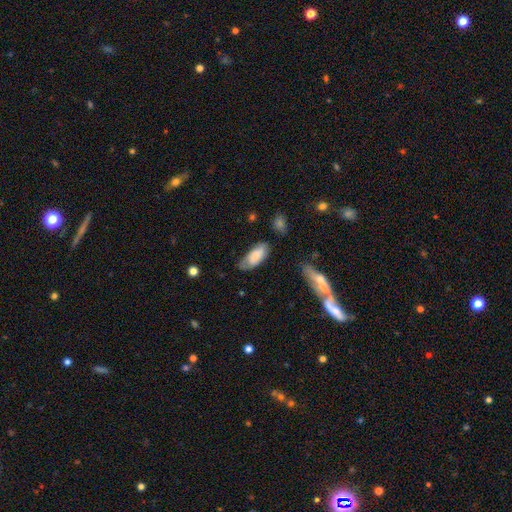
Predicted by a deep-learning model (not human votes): Smooth or featured?
  - smooth: 78% *
  - featured or disk: 16%
  - star or artifact: 6%
How rounded?
  - in between: 86% *
  - cigar-shaped: 12%
  - round: 2%
Merging?
  - none: 61% *
  - minor disturbance: 29%
  - major disturbance: 7%
  - merger: 3%